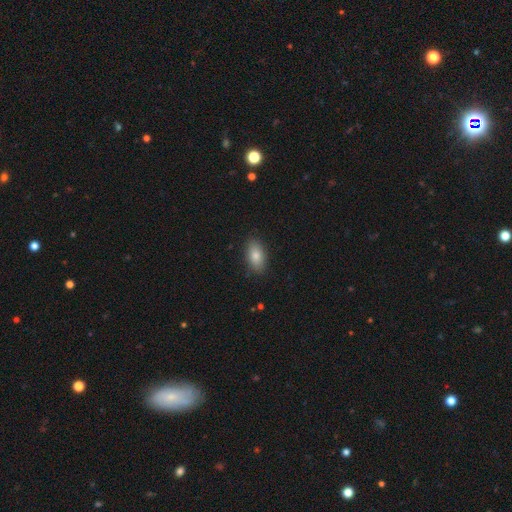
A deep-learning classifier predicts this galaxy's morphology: A smooth galaxy with no disk features (82%) that is in between round and cigar-shaped (91%).

Vote fractions:
- Smooth or featured? smooth: 82% / featured or disk: 10% / star or artifact: 8%
- How rounded? in between: 91% / round: 5% / cigar-shaped: 4%
- Merging? none: 86% / minor disturbance: 11% / major disturbance: 2% / merger: 1%